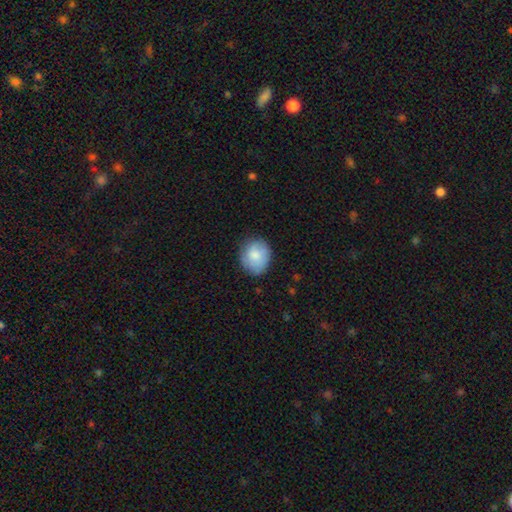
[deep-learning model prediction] smooth_or_featured: smooth (p=0.77) [alt: featured or disk p=0.16]
how_rounded: round (p=0.66) [alt: in between p=0.33]
merging: none (p=0.75) [alt: minor disturbance p=0.19]